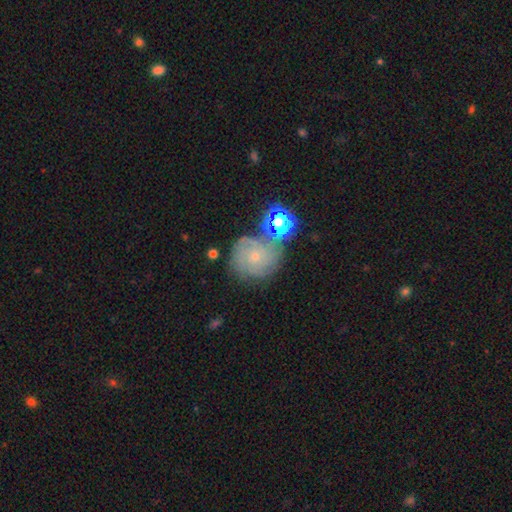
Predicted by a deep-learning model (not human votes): This is likely a featured or disk galaxy (63%). It is clearly not viewed edge-on (98%). Bar: clearly no (82%). Spiral arm pattern: clearly yes (88%). Spiral arm count: marginally can't tell (38%). Spiral winding: likely tight (67%). Central bulge: likely small (79%). Merging: likely none (63%).